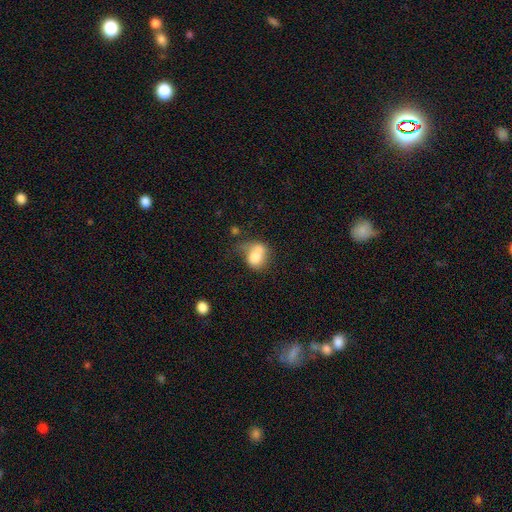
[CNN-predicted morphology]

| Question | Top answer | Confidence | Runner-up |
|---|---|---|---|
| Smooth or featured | smooth | 70% | featured or disk (21%) |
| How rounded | round | 51% | in between (48%) |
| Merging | merger | 42% | none (23%) |